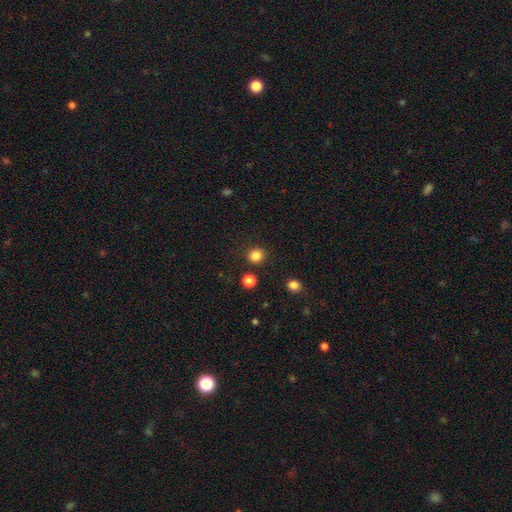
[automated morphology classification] Smooth or featured? smooth (84%)
How rounded? round (90%)
Merging? none (88%)